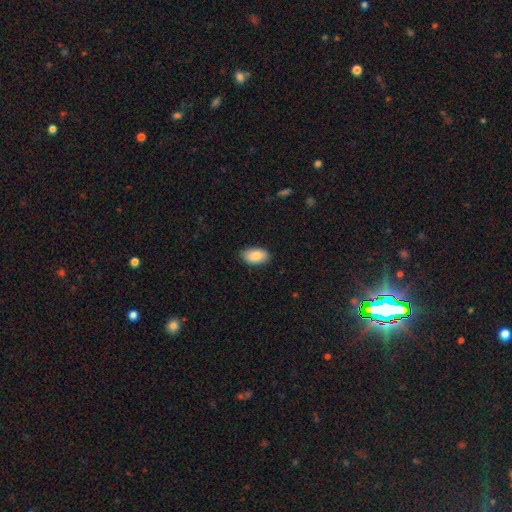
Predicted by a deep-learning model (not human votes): This appears to be a smooth galaxy with no disk features (89%) that is in between round and cigar-shaped (94%). Merging: none (87%).